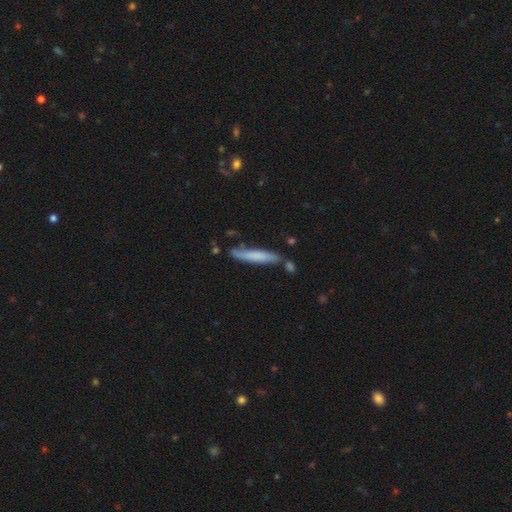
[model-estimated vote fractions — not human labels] This appears to be a smooth galaxy with no disk features (65%) that is cigar-shaped (93%). Merging: none (72%).